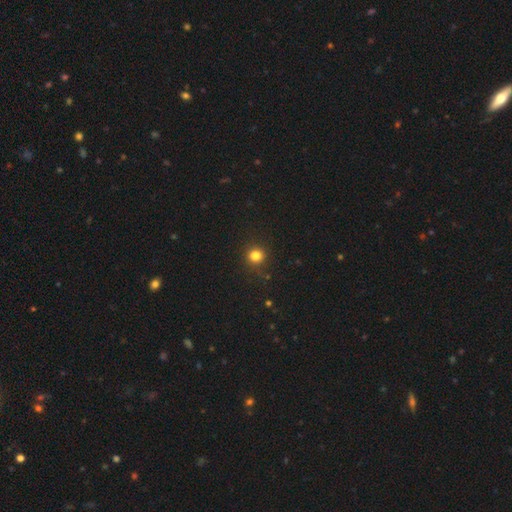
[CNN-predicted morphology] A smooth galaxy with no disk features (81%) that is round (89%).

Vote fractions:
- Smooth or featured? smooth: 81% / star or artifact: 14% / featured or disk: 5%
- How rounded? round: 89% / in between: 10% / cigar-shaped: 1%
- Merging? none: 88% / minor disturbance: 8% / major disturbance: 3% / merger: 1%